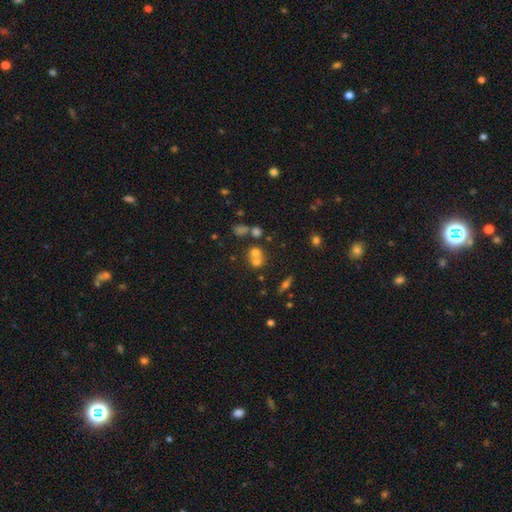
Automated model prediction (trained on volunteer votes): smooth-or-featured: smooth: 61% | featured or disk: 21% | star or artifact: 17%
  how-rounded: round: 78% | in between: 21% | cigar-shaped: 1%
  merging: merger: 52% | none: 37% | minor disturbance: 7% | major disturbance: 4%